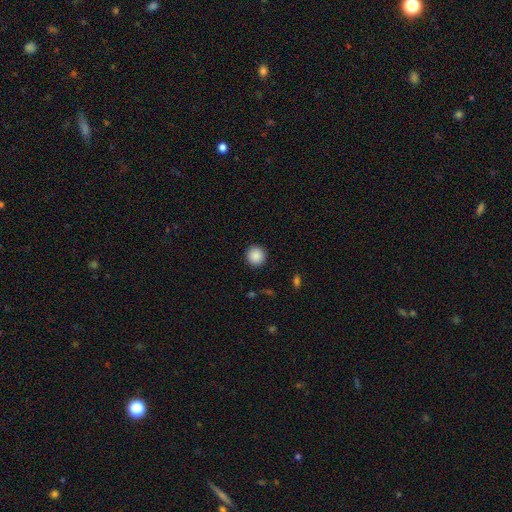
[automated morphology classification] Smooth or featured: smooth — 89% (star or artifact — 9%)
How rounded: round — 95% (in between — 4%)
Merging: none — 92% (minor disturbance — 5%)